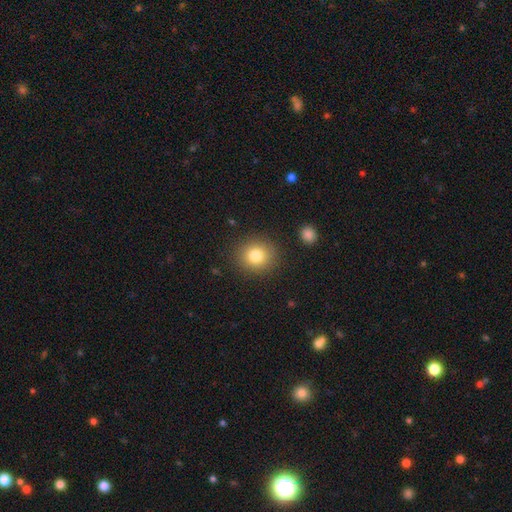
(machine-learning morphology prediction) Overall: smooth (80%). How rounded: round (86%). Merging: none (88%).